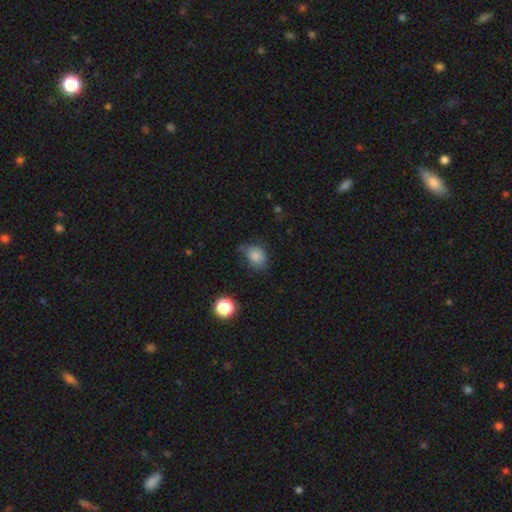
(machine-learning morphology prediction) type=smooth (82%); roundness=in between (57%); merging=none (57%).